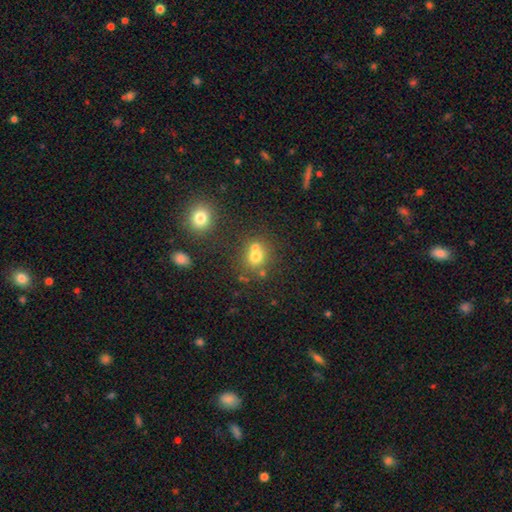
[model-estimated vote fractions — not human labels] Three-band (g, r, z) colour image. It shows a smooth galaxy with no disk features (70%) that is round (78%). Merging: none (48%).